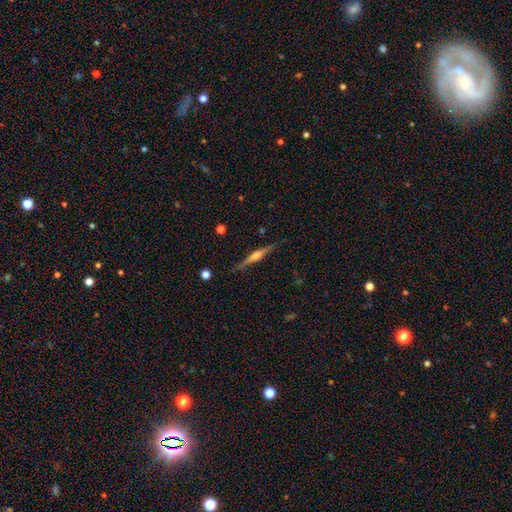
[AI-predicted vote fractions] This is likely a featured or disk galaxy (72%). It is clearly viewed edge-on (98%). Edge-on bulge: likely rounded (72%). Merging: clearly none (86%).